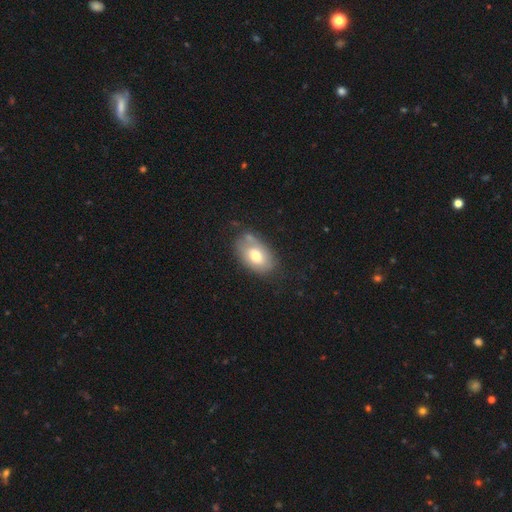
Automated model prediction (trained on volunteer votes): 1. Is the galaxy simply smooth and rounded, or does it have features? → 69% smooth, 24% featured or disk, 7% star or artifact.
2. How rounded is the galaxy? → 90% in between, 8% round, 1% cigar-shaped.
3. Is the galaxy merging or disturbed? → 60% none, 26% minor disturbance, 7% major disturbance, 6% merger.